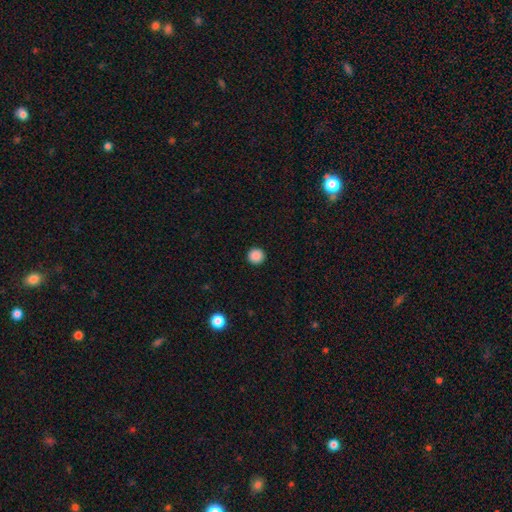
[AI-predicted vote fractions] This is clearly a smooth galaxy (88%). How rounded: clearly round (96%). Merging: clearly none (93%).